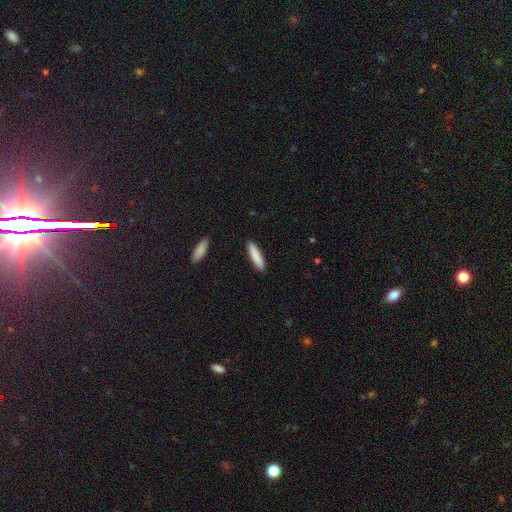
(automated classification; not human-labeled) Morphology: type=smooth (87%); roundness=cigar-shaped (81%); merging=none (91%).